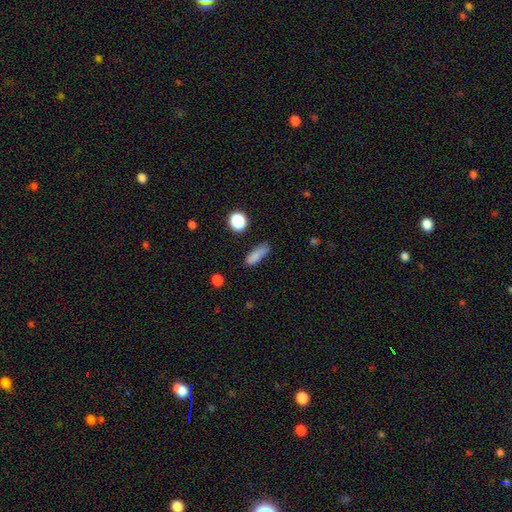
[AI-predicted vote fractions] Smooth or featured? smooth (82%)
How rounded? in between (48%)
Merging? none (70%)